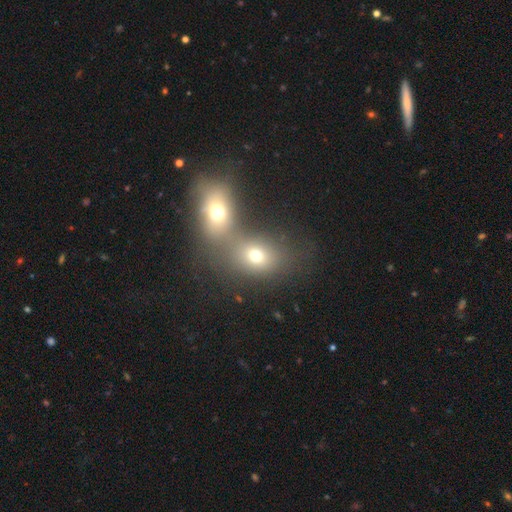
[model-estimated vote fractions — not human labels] smooth_or_featured: smooth (p=0.69) [alt: star or artifact p=0.16]
how_rounded: in between (p=0.53) [alt: round p=0.45]
merging: merger (p=0.57) [alt: none p=0.32]